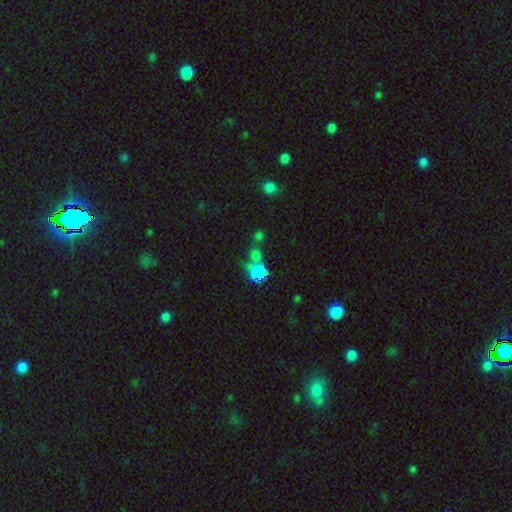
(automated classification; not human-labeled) Overall: smooth (65%). How rounded: round (76%). Merging: none (42%; merger 38%).